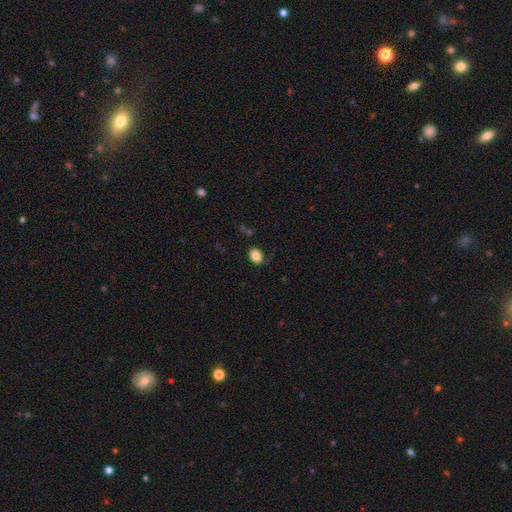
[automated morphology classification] smooth 84%, star or artifact 9%, featured or disk 6%. Down the decision tree: how rounded — in between (66%); merging — none (79%).